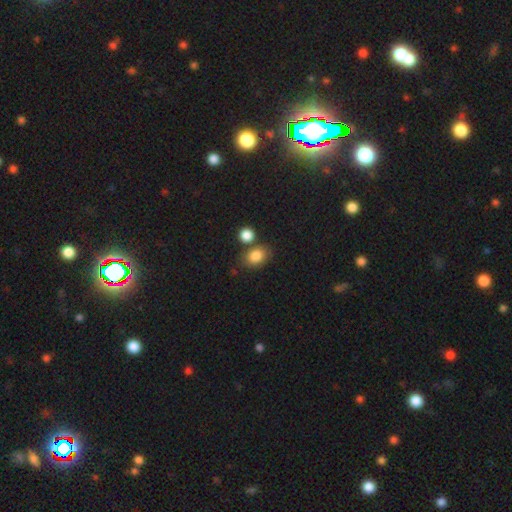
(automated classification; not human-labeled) The model was most divided on "how rounded": in between: 68%, round: 31%, cigar-shaped: 1%. More confident: smooth or featured — smooth (85%); merging — none (64%).